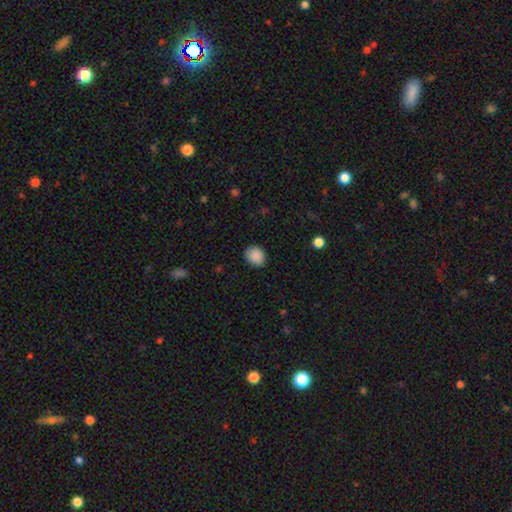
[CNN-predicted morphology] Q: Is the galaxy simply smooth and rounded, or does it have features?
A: smooth — 89%.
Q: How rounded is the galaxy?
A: round — 69%.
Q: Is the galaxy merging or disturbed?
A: none — 87%.